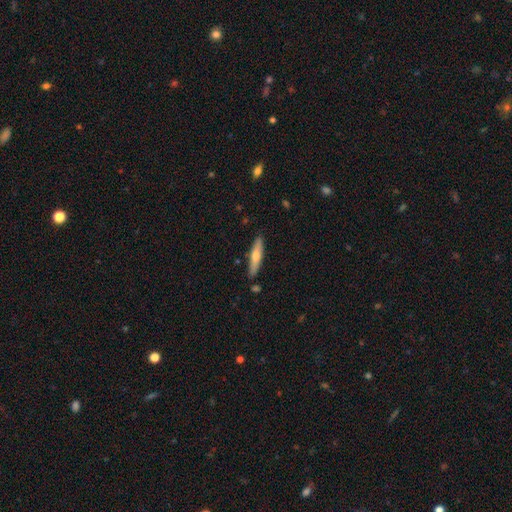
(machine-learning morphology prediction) smooth-or-featured: smooth: 56% | featured or disk: 39% | star or artifact: 5%
  how-rounded: cigar-shaped: 86% | in between: 13% | round: 2%
  merging: none: 88% | minor disturbance: 8% | merger: 2% | major disturbance: 2%